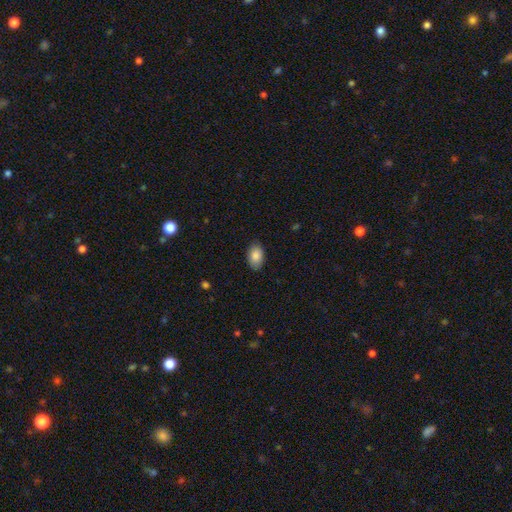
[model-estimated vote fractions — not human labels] Smooth or featured? smooth (87%)
How rounded? in between (91%)
Merging? none (86%)